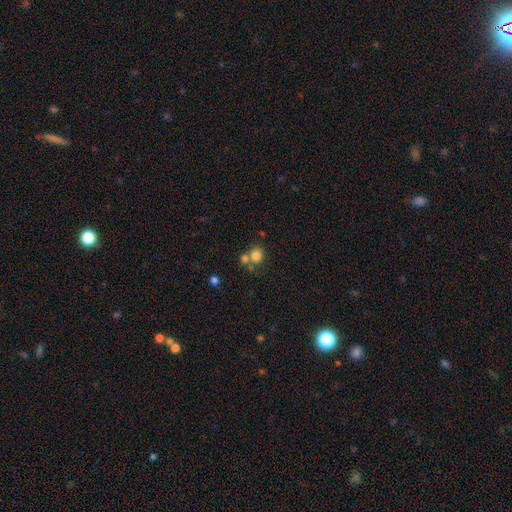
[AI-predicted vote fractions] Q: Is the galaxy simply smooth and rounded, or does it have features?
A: smooth — 79%.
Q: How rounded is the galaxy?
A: round — 76%.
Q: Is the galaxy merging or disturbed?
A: none — 50%.